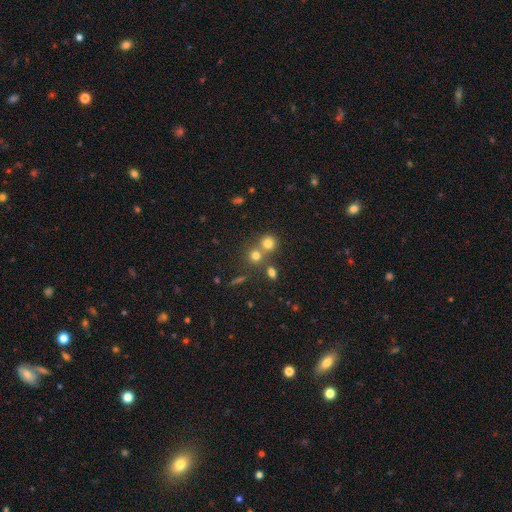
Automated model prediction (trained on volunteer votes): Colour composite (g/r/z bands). It shows a smooth galaxy with no disk features (73%) that is round (83%). Merging: none (55%).